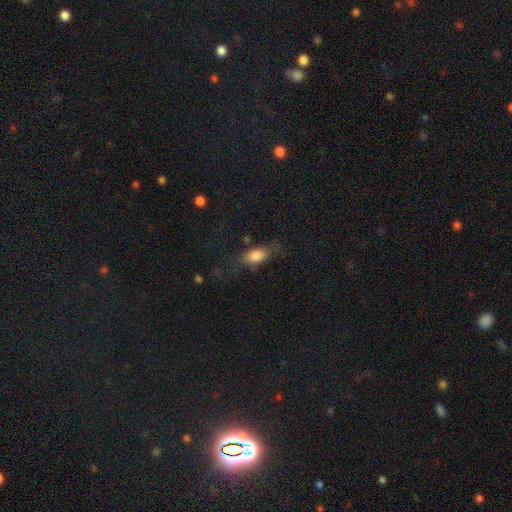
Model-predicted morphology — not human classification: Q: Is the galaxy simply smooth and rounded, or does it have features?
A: smooth — 77%.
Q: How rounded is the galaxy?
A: in between — 82%.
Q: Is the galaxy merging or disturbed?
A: none — 56%.